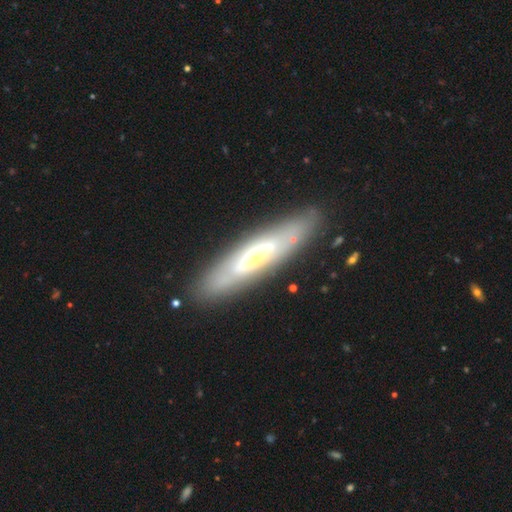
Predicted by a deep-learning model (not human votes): smooth-or-featured: featured or disk: 61% | smooth: 33% | star or artifact: 7%
  disk-edge-on: no: 51% | yes: 49%
  merging: none: 83% | minor disturbance: 11% | major disturbance: 4% | merger: 2%